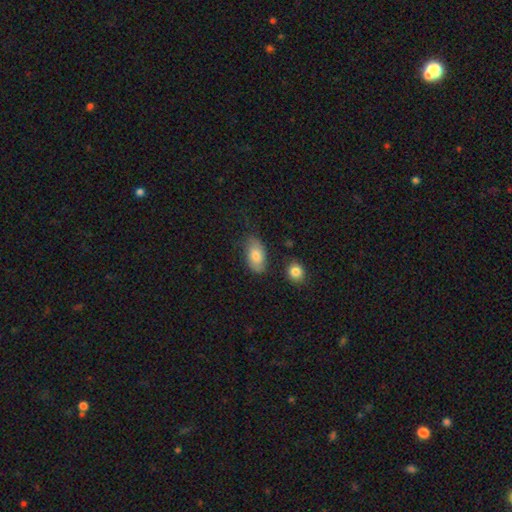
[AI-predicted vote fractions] Overall: smooth (79%). How rounded: in between (92%). Merging: none (70%).